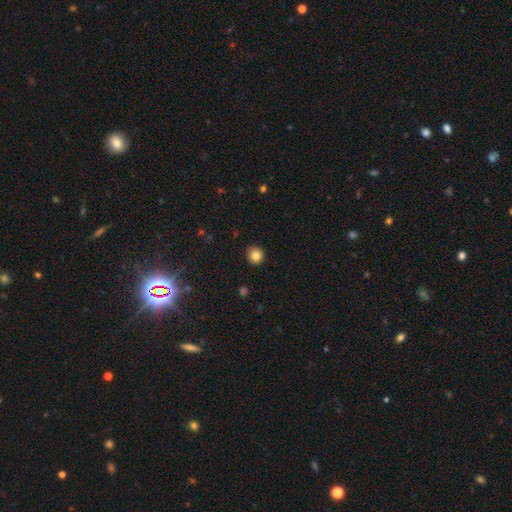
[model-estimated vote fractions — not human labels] smooth 83%, star or artifact 11%, featured or disk 6%. Down the decision tree: how rounded — round (91%); merging — none (90%).